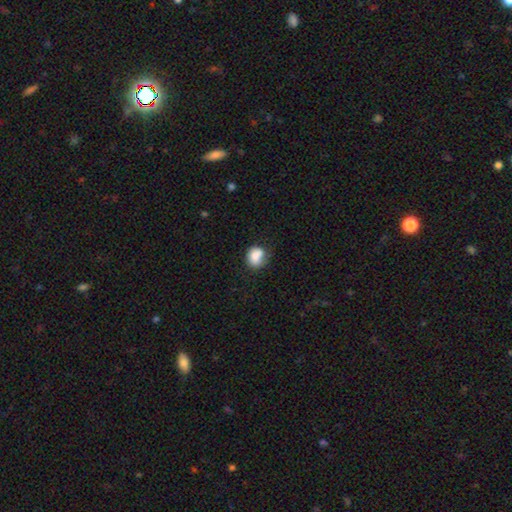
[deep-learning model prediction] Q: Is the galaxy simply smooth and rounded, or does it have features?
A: smooth — 82%.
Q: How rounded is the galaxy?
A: round — 55%.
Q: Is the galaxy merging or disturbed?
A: none — 49%.